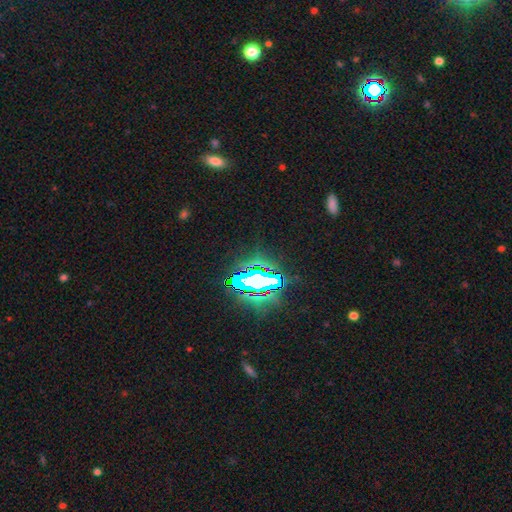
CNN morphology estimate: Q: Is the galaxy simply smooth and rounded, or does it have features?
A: star or artifact — 75%.